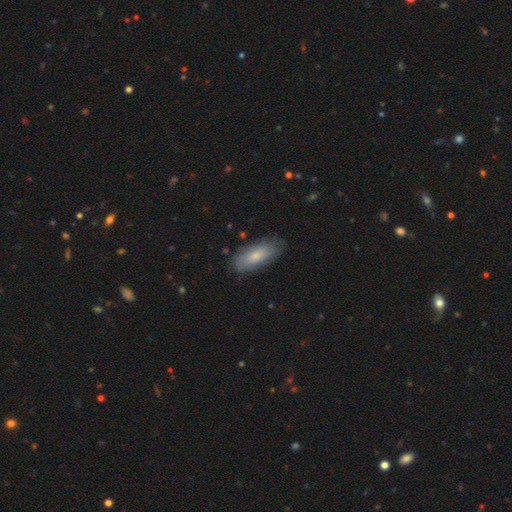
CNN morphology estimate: Smooth or featured: smooth — 75% (featured or disk — 18%)
How rounded: in between — 78% (cigar-shaped — 21%)
Merging: none — 80% (minor disturbance — 16%)